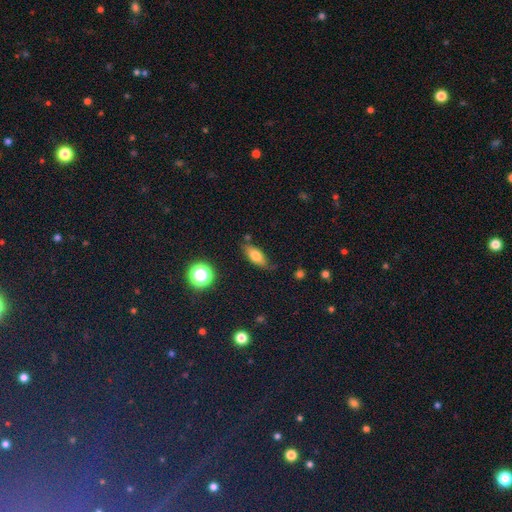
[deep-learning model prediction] Morphology: type=smooth (69%); roundness=in between (74%); merging=none (71%).